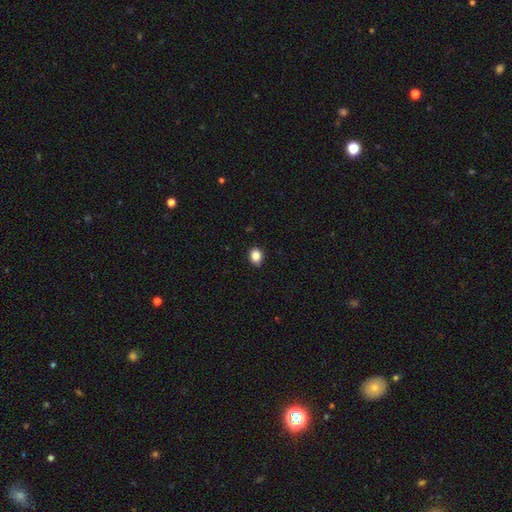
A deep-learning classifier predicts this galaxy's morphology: smooth_or_featured: smooth (p=0.86) [alt: star or artifact p=0.10]
how_rounded: round (p=0.60) [alt: in between p=0.39]
merging: none (p=0.87) [alt: minor disturbance p=0.10]